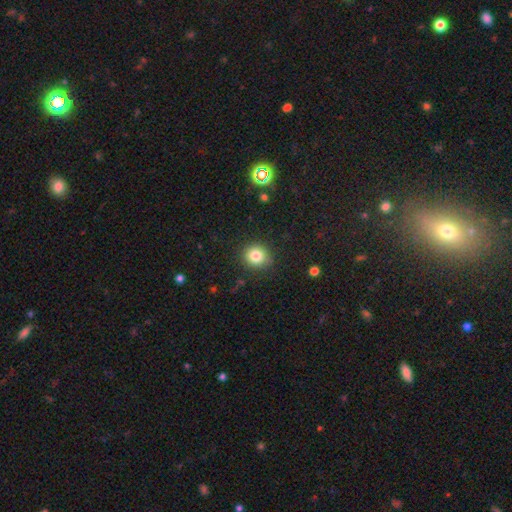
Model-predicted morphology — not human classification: Smooth or featured? smooth (82%)
How rounded? round (87%)
Merging? none (87%)